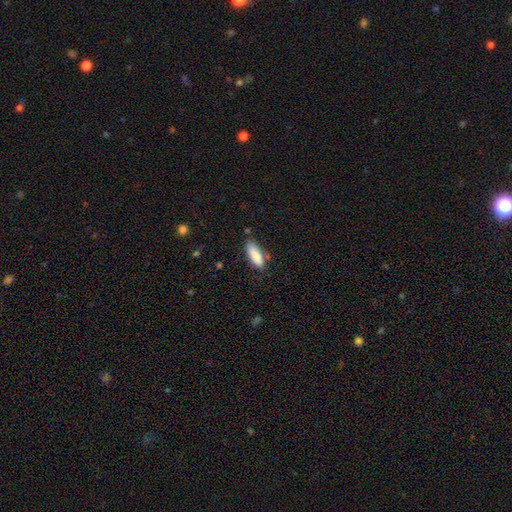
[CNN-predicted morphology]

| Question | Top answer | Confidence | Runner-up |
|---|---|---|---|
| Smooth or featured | smooth | 87% | star or artifact (7%) |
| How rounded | in between | 73% | cigar-shaped (26%) |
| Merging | none | 69% | minor disturbance (22%) |